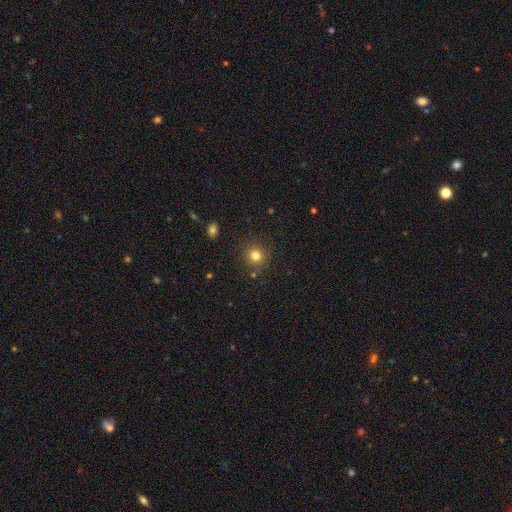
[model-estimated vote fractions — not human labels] The model was most divided on "smooth or featured": smooth: 80%, star or artifact: 14%, featured or disk: 6%. More confident: how rounded — round (91%); merging — none (87%).